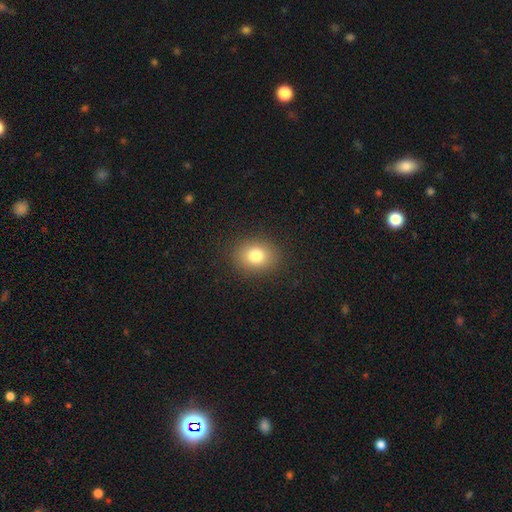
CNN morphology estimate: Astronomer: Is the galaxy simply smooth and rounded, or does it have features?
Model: smooth — 80%.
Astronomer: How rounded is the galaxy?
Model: round — 53% (runner-up: in between, 46%).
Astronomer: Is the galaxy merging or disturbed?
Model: none — 89%.